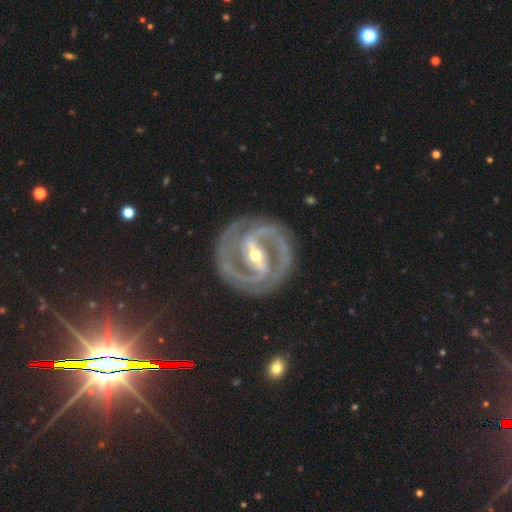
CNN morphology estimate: This appears to be a featured or disk galaxy (92%) with a strong bar (77%), 2 (88%) tight (58%) spiral arms (97%) and a moderate central bulge (50%). Merging: none (85%).